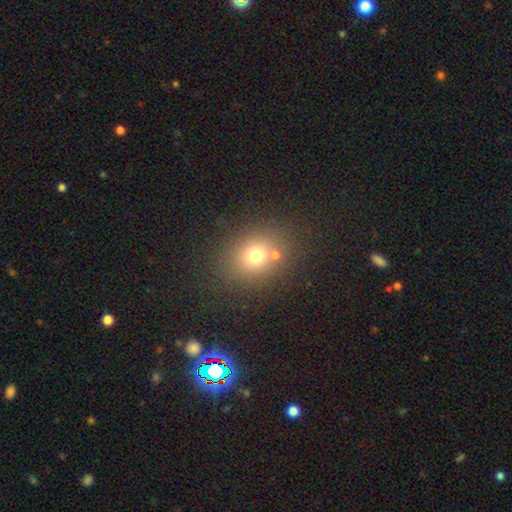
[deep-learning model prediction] This appears to be a smooth galaxy with no disk features (72%) that is round (62%). Merging: none (74%).